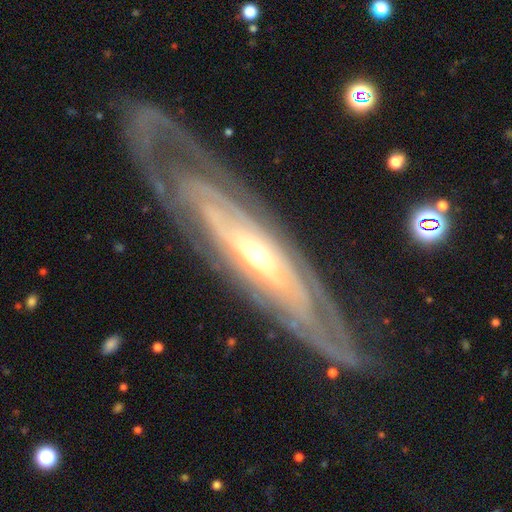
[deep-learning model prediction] Morphology: type=featured or disk (85%); edge-on=no (68%); bar=no (74%); spiral arms=yes (79%); bulge=moderate (58%); merging=none (75%).